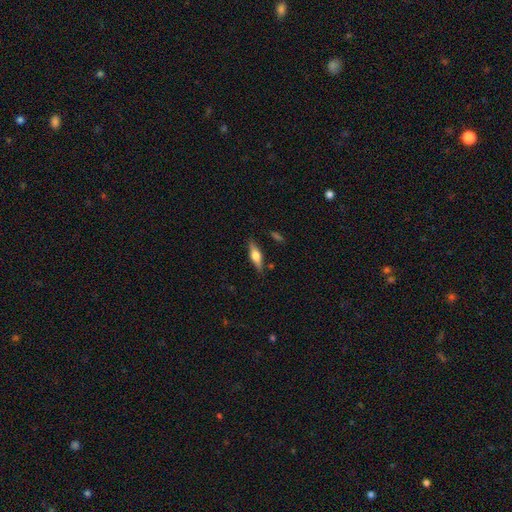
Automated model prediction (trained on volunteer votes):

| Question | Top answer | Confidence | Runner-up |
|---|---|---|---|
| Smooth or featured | featured or disk | 50% | smooth (44%) |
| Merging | none | 84% | minor disturbance (12%) |